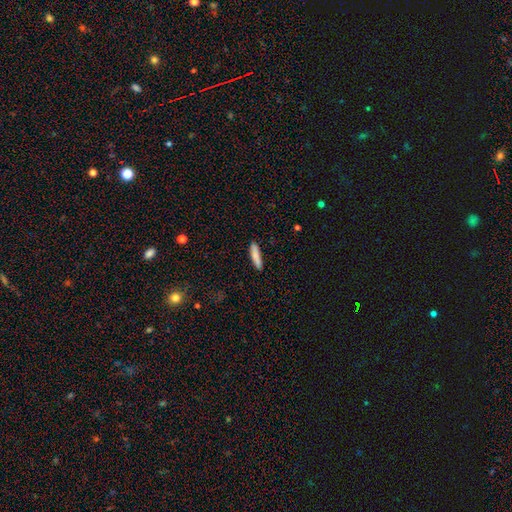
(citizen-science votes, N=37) Q: Smooth or featured?
A: smooth (78%); runner-up: featured or disk (22%)
Q: How rounded?
A: cigar-shaped (93%); runner-up: in between (7%)
Q: Merging?
A: none (89%); runner-up: minor disturbance (11%)